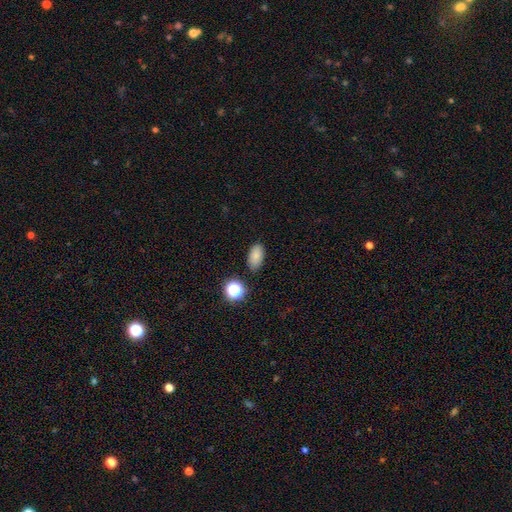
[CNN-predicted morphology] The model was most divided on "smooth or featured": smooth: 82%, star or artifact: 12%, featured or disk: 6%. More confident: how rounded — in between (90%); merging — none (83%).